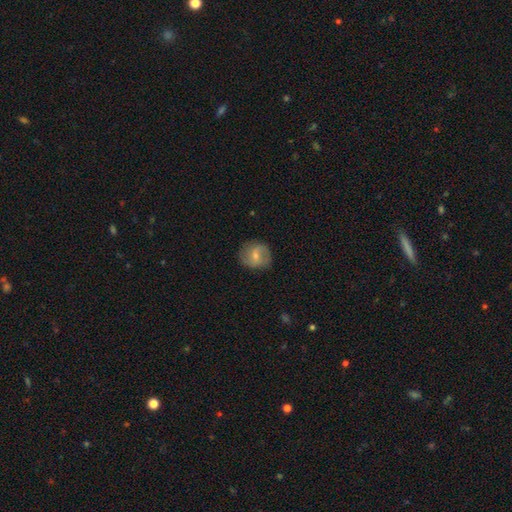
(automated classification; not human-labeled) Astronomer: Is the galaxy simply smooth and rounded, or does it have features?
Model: featured or disk — 47% (runner-up: smooth, 46%).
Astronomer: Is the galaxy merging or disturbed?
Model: none — 80%.